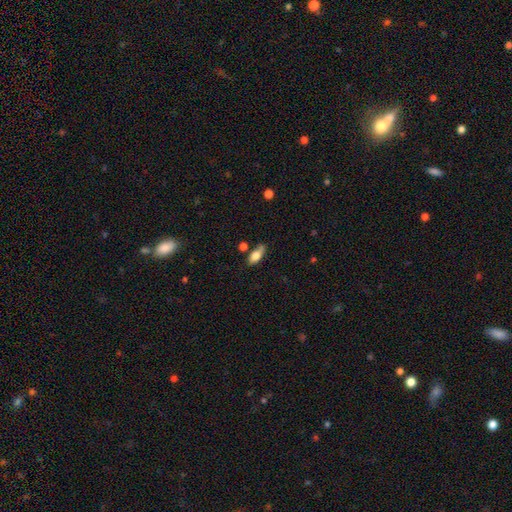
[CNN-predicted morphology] Smooth or featured? Predicted: smooth (p=0.75). How rounded? Predicted: in between (p=0.81). Merging? Predicted: none (p=0.62).